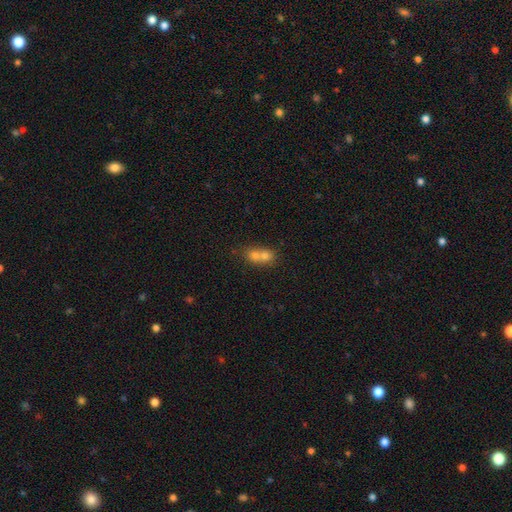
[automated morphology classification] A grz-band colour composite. It shows a smooth galaxy with no disk features (64%) that is round (63%). Merging: merger (70%).